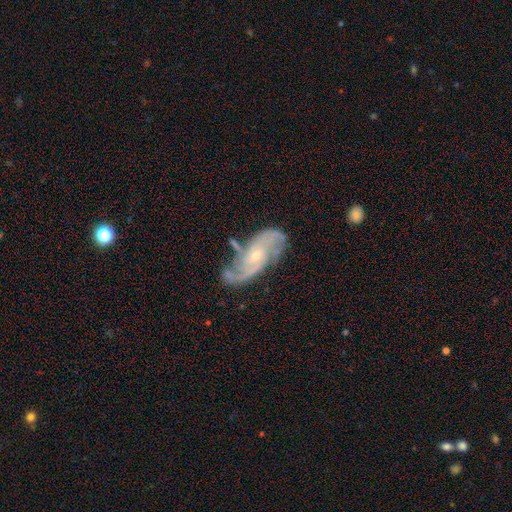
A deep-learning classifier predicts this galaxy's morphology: This is clearly a featured or disk galaxy (86%). It is clearly not viewed edge-on (94%). Bar: possibly no (59%). Spiral arm pattern: clearly yes (96%). Spiral arm count: likely 2 (66%). Spiral winding: possibly medium (47%). Central bulge: likely small (68%). Merging: likely none (62%).